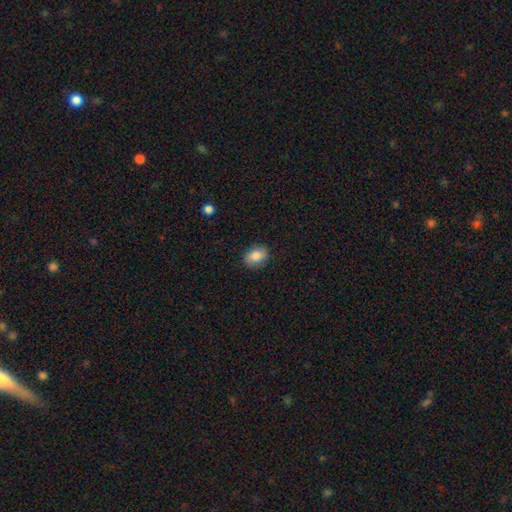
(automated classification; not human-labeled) Morphology: type=smooth (81%); roundness=in between (71%); merging=none (85%).